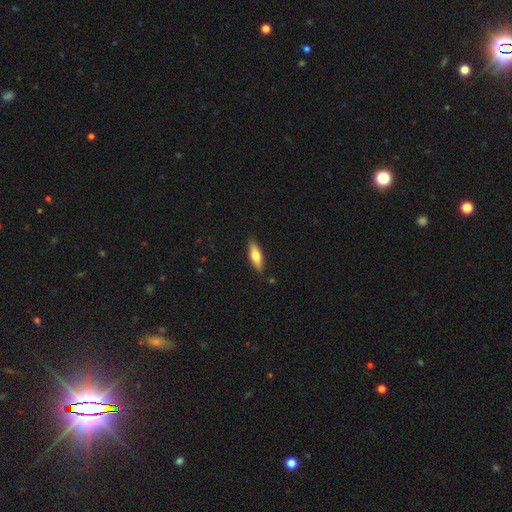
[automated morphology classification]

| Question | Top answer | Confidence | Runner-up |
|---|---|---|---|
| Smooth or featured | smooth | 72% | featured or disk (22%) |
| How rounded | in between | 59% | cigar-shaped (39%) |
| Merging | none | 85% | minor disturbance (11%) |